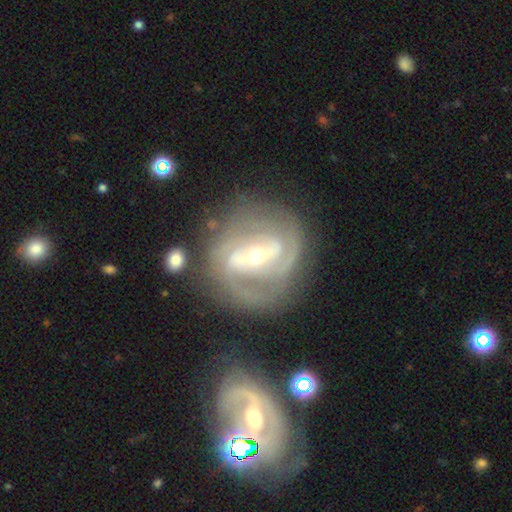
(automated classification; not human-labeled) featured or disk 86%, smooth 8%, star or artifact 6%. Down the decision tree: edge-on disk — no (96%); bar — strong (50%); spiral arms — yes (93%); spiral arm count — 2 (48%); spiral winding — tight (51%); bulge size — small (56%); merging — none (66%).